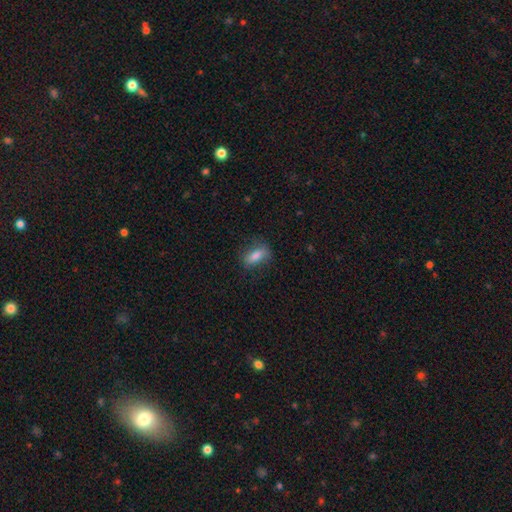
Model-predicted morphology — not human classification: A smooth galaxy with no disk features (76%) that is in between round and cigar-shaped (76%). Merging: none (75%).